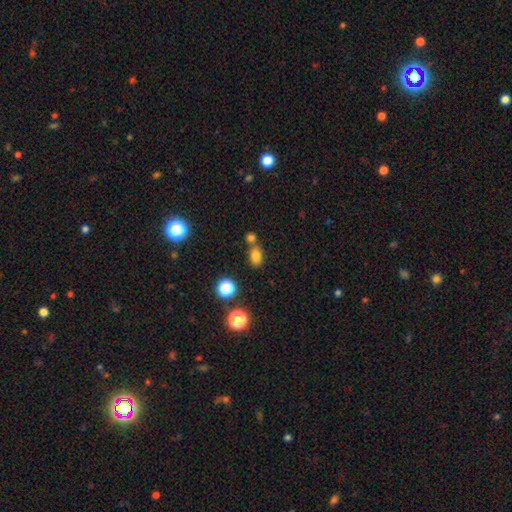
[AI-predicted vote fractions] Q: Smooth or featured?
A: smooth (76%); runner-up: star or artifact (16%)
Q: How rounded?
A: in between (73%); runner-up: round (25%)
Q: Merging?
A: none (58%); runner-up: merger (27%)